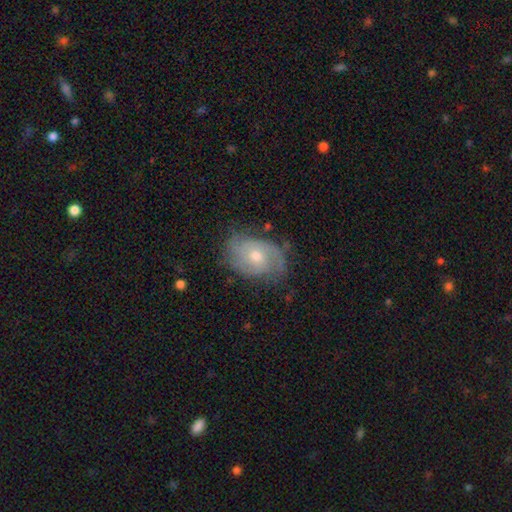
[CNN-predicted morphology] This is likely a featured or disk galaxy (75%). It is clearly not viewed edge-on (96%). Bar: likely no (73%). Spiral arm pattern: clearly yes (90%). Spiral arm count: marginally 2 (43%). Spiral winding: possibly tight (50%). Central bulge: likely moderate (64%). Merging: likely none (68%).